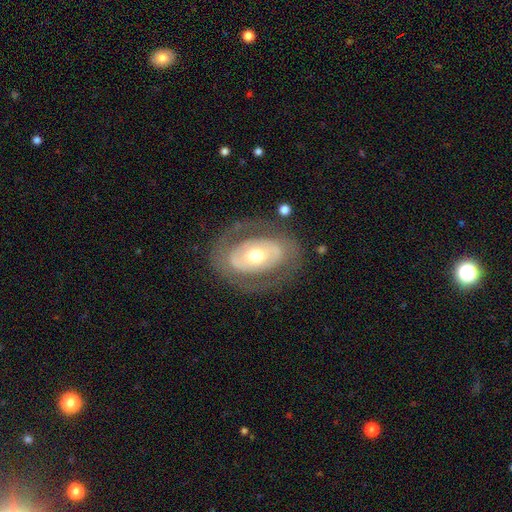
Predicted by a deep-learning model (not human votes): This appears to be a featured or disk galaxy (67%) with no bar (68%), no spiral arms (70%) and a moderate central bulge (69%). Merging: none (76%).